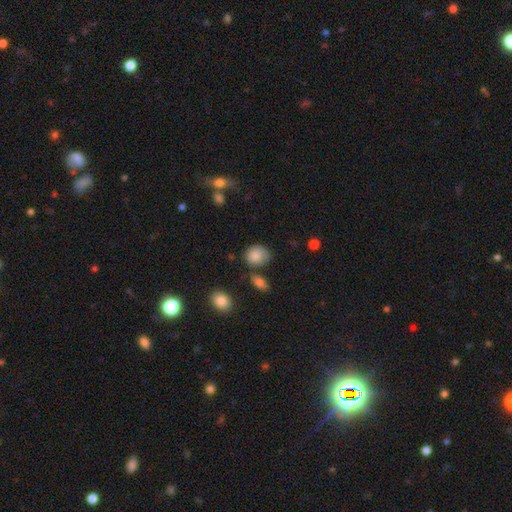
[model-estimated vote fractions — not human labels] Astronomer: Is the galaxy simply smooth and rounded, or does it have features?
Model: smooth — 84%.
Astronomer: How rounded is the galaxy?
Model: round — 56% (runner-up: in between, 43%).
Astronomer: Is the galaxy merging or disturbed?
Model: none — 61%.